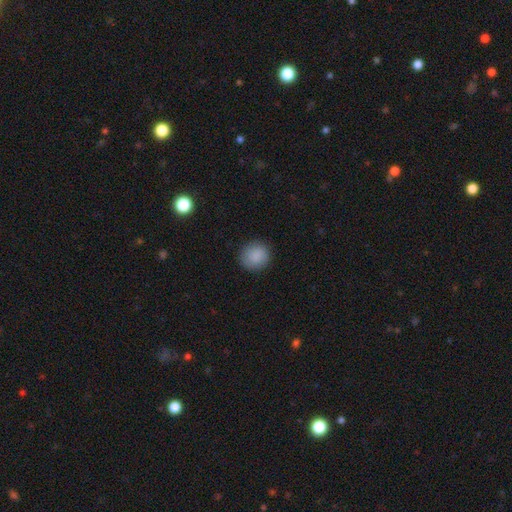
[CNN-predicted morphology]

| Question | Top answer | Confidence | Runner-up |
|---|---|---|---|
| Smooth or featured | smooth | 88% | star or artifact (8%) |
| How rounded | round | 89% | in between (10%) |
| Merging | none | 88% | minor disturbance (8%) |